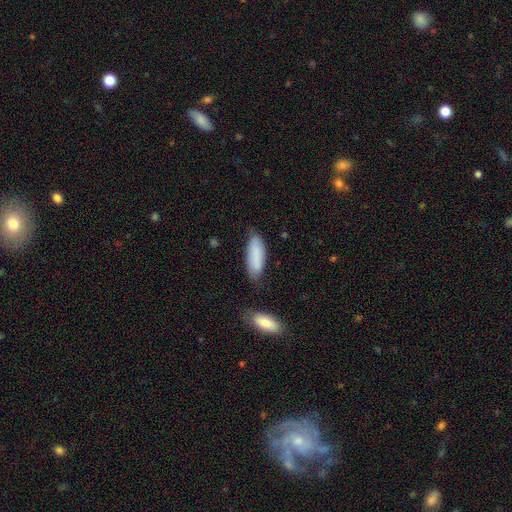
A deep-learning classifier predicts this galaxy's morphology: smooth-or-featured: smooth: 85% | featured or disk: 9% | star or artifact: 6%
  how-rounded: in between: 59% | cigar-shaped: 39% | round: 2%
  merging: none: 73% | minor disturbance: 18% | merger: 5% | major disturbance: 4%